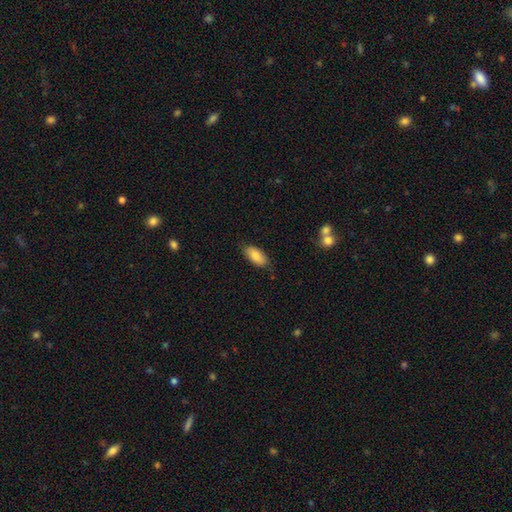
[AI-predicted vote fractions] This appears to be a smooth galaxy with no disk features (84%) that is in between round and cigar-shaped (91%). Merging: none (78%).